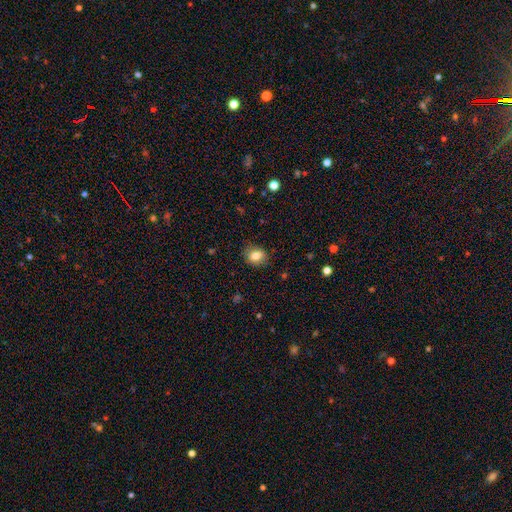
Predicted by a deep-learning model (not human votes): Overall: smooth (81%). How rounded: round (55%; in between 44%). Merging: none (84%).